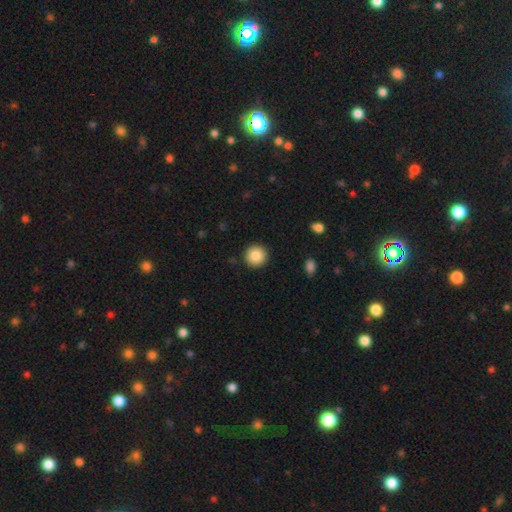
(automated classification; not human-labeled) A smooth galaxy with no disk features (86%) that is round (95%). Merging: none (92%).